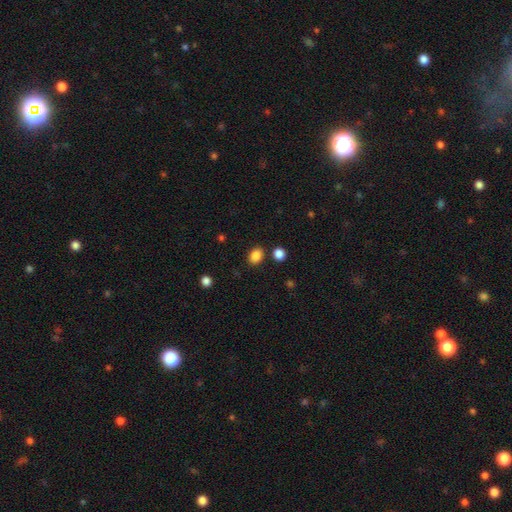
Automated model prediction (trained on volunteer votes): smooth 86%, star or artifact 10%, featured or disk 4%. Down the decision tree: how rounded — in between (65%); merging — none (83%).